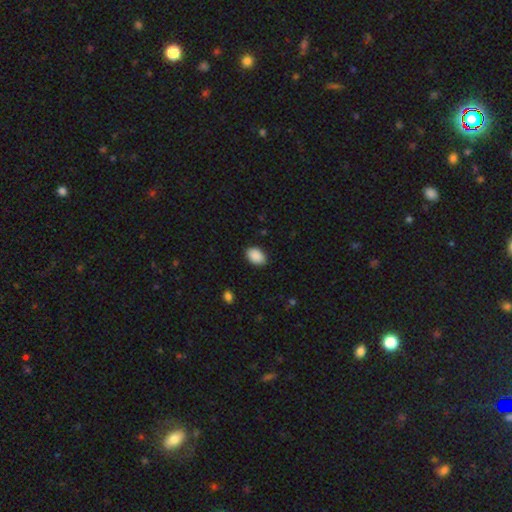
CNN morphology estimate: smooth 90%, star or artifact 7%, featured or disk 3%. Down the decision tree: how rounded — in between (83%); merging — none (88%).